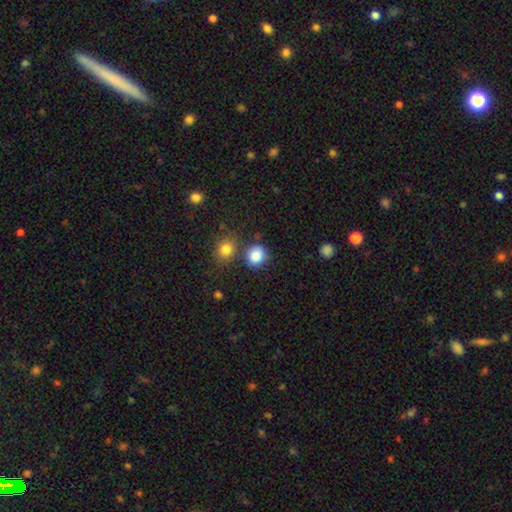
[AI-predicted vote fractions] The model was most divided on "merging": none: 70%, merger: 13%, minor disturbance: 12%, major disturbance: 4%. More confident: smooth or featured — smooth (84%); how rounded — round (78%).